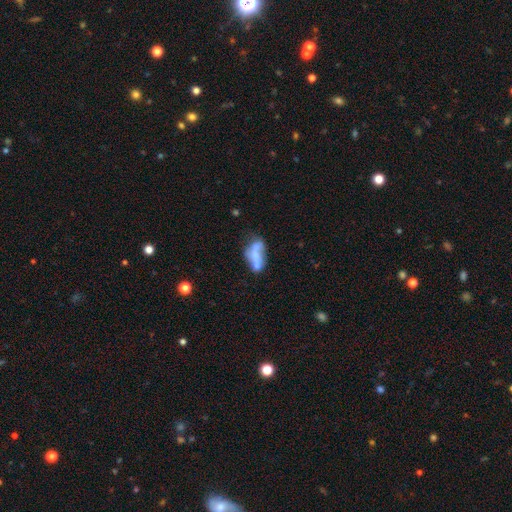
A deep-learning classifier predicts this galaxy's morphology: Smooth or featured? smooth (48%)
Merging? merger (37%)